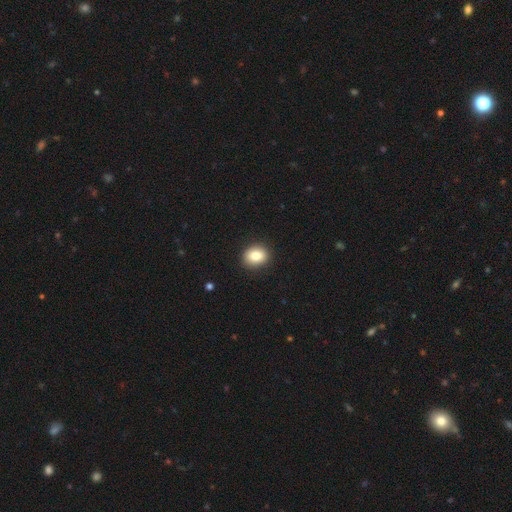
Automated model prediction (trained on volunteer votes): Smooth or featured: smooth — 84% (star or artifact — 9%)
How rounded: round — 55% (in between — 44%)
Merging: none — 90% (minor disturbance — 7%)